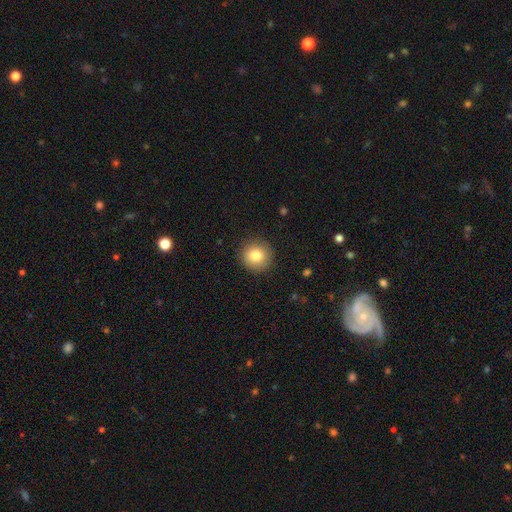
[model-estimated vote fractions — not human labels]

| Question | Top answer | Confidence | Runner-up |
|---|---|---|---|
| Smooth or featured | smooth | 83% | star or artifact (9%) |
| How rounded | round | 94% | in between (5%) |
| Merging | none | 91% | minor disturbance (6%) |